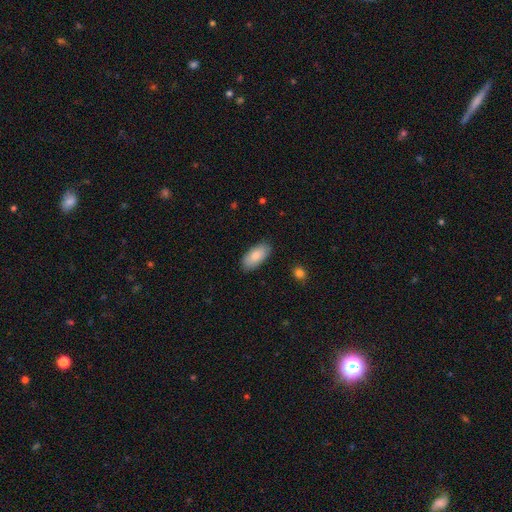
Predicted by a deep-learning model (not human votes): Smooth or featured: smooth — 84% (featured or disk — 10%)
How rounded: in between — 92% (cigar-shaped — 6%)
Merging: none — 87% (minor disturbance — 10%)